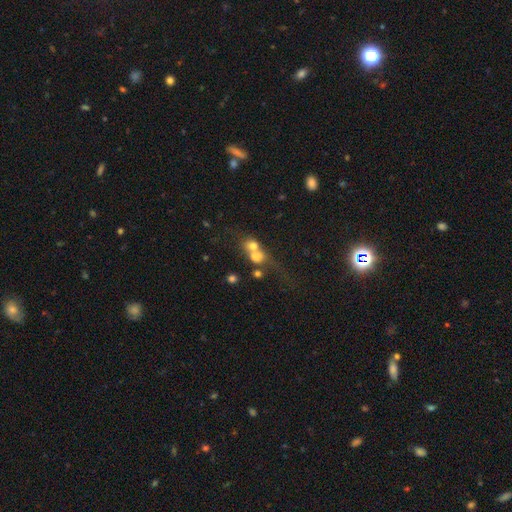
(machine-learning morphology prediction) Overall: smooth (64%). How rounded: round (69%). Merging: merger (68%).